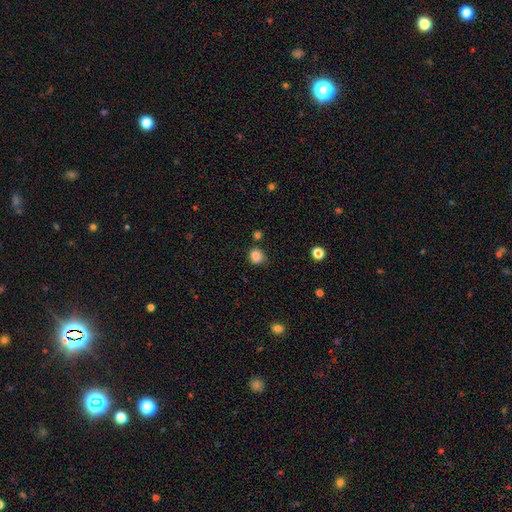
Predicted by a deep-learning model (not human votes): A smooth galaxy with no disk features (84%) that is round (85%).

Vote fractions:
- Smooth or featured? smooth: 84% / star or artifact: 12% / featured or disk: 4%
- How rounded? round: 85% / in between: 14% / cigar-shaped: 1%
- Merging? none: 77% / minor disturbance: 15% / merger: 5% / major disturbance: 3%